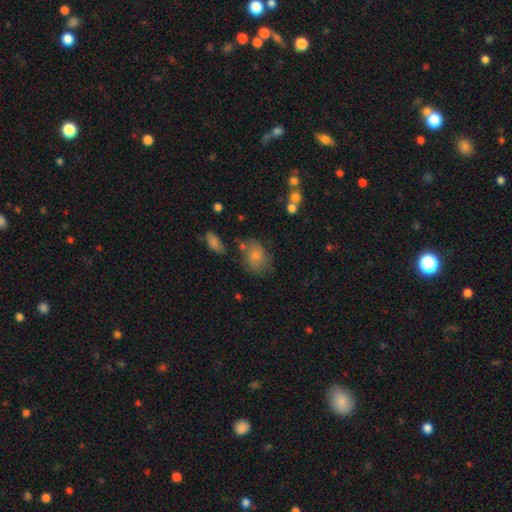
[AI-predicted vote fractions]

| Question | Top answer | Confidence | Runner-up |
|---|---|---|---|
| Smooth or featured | smooth | 73% | featured or disk (18%) |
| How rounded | in between | 64% | round (35%) |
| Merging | none | 52% | minor disturbance (26%) |